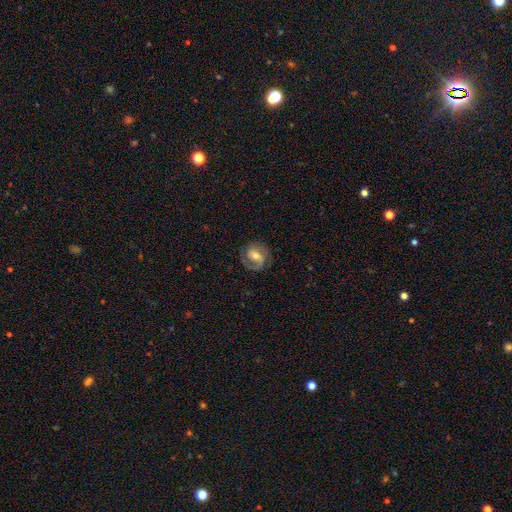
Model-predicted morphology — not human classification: Q: Smooth or featured?
A: featured or disk (76%); runner-up: smooth (17%)
Q: Edge-on disk?
A: no (97%); runner-up: yes (3%)
Q: Bar?
A: weak (46%); runner-up: no (31%)
Q: Spiral arms?
A: yes (92%); runner-up: no (8%)
Q: Spiral winding?
A: medium (46%); runner-up: tight (33%)
Q: Spiral arm count?
A: 2 (71%); runner-up: 1 (18%)
Q: Bulge size?
A: moderate (64%); runner-up: small (30%)
Q: Merging?
A: none (76%); runner-up: minor disturbance (15%)